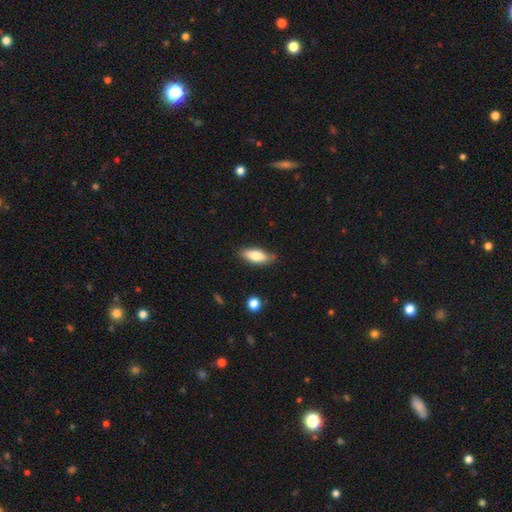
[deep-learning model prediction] This appears to be a smooth galaxy with no disk features (74%) that is in between round and cigar-shaped (64%). Merging: none (82%).